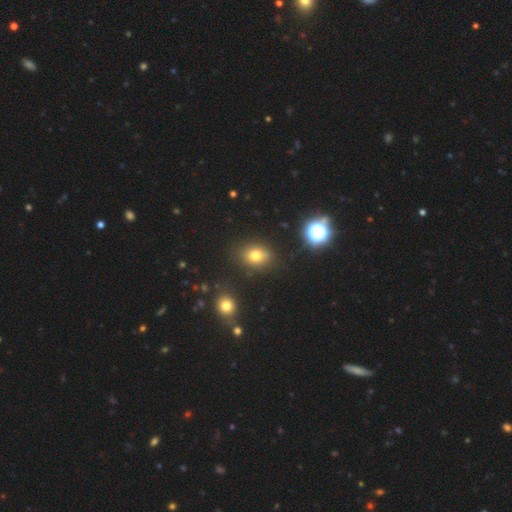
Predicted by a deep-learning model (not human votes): This is likely a smooth galaxy (72%). How rounded: possibly in between (53%). Merging: clearly none (82%).